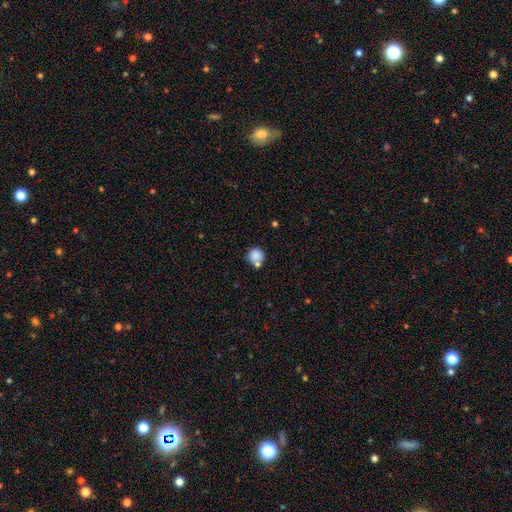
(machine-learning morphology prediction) smooth_or_featured: smooth (p=0.84) [alt: star or artifact p=0.09]
how_rounded: round (p=0.91) [alt: in between p=0.08]
merging: none (p=0.58) [alt: merger p=0.26]